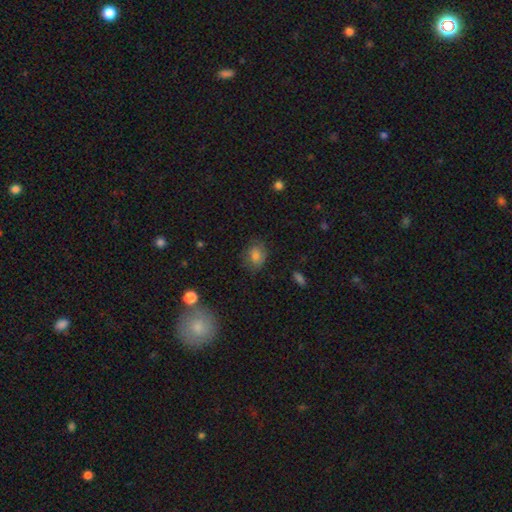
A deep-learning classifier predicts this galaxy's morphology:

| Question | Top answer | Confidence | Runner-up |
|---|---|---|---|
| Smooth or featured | smooth | 78% | star or artifact (11%) |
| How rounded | in between | 57% | round (42%) |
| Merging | none | 74% | minor disturbance (18%) |